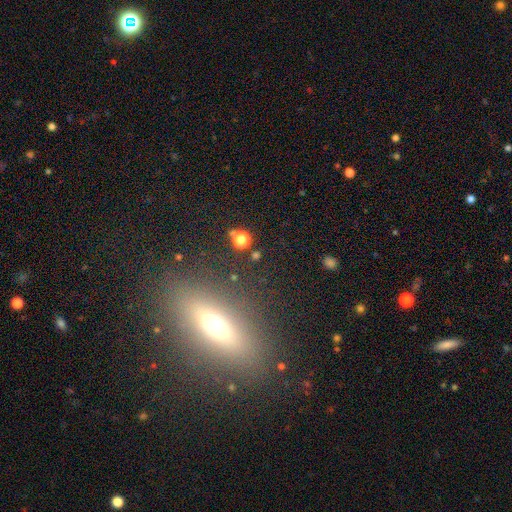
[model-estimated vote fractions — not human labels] Q: Smooth or featured?
A: smooth (54%); runner-up: star or artifact (32%)
Q: How rounded?
A: round (61%); runner-up: in between (29%)
Q: Merging?
A: none (83%); runner-up: minor disturbance (9%)